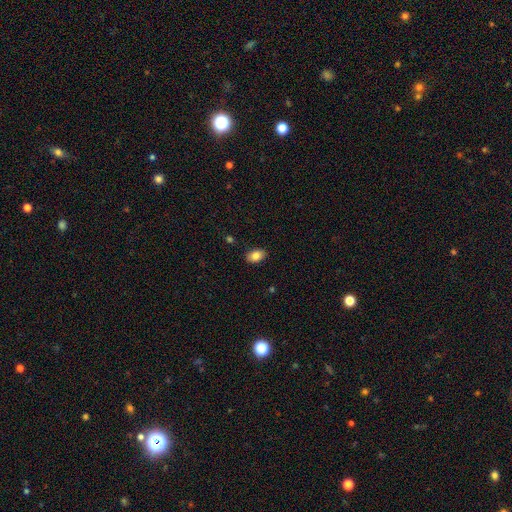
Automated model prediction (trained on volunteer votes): Overall: smooth (85%). How rounded: in between (89%). Merging: none (87%).